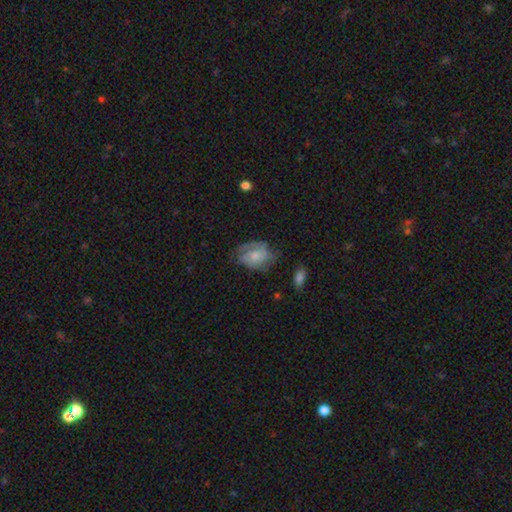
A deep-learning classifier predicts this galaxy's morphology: Smooth or featured: featured or disk — 55% (smooth — 38%)
Edge-on disk: no — 97% (yes — 3%)
Bar: no — 73% (weak — 23%)
Spiral arms: yes — 80% (no — 20%)
Bulge size: small — 49% (moderate — 36%)
Merging: none — 51% (minor disturbance — 28%)